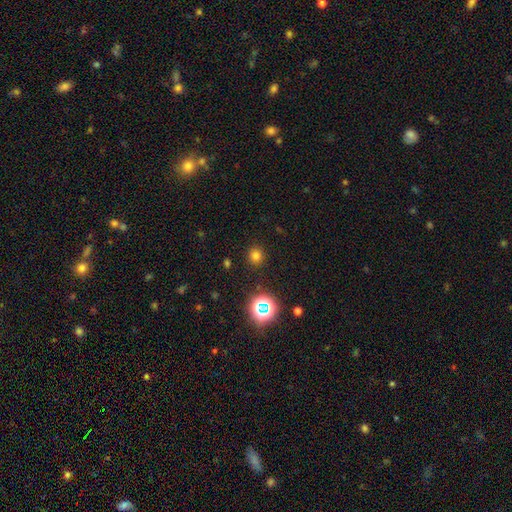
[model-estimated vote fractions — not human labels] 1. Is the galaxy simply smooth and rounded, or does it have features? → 73% smooth, 22% star or artifact, 5% featured or disk.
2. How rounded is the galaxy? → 90% round, 9% in between, 1% cigar-shaped.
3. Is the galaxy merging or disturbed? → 89% none, 7% minor disturbance, 3% major disturbance, 2% merger.